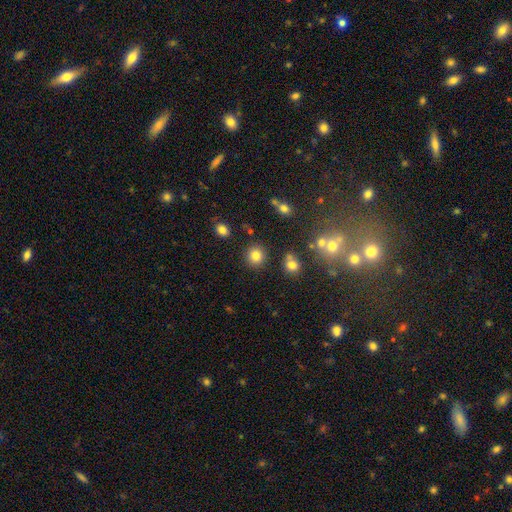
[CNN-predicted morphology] This is clearly a smooth galaxy (82%). How rounded: clearly round (90%). Merging: clearly none (88%).